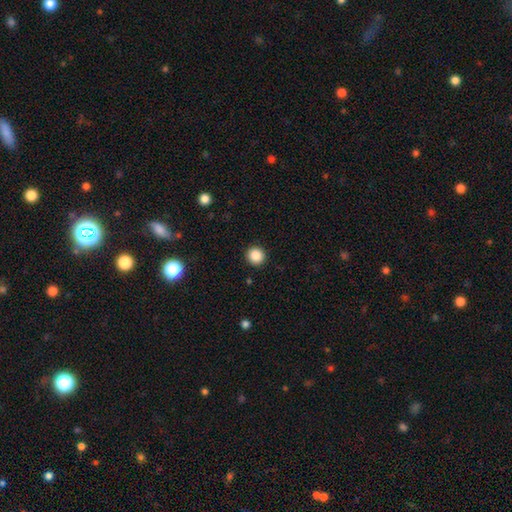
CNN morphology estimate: This is clearly a smooth galaxy (87%). How rounded: clearly round (94%). Merging: clearly none (92%).